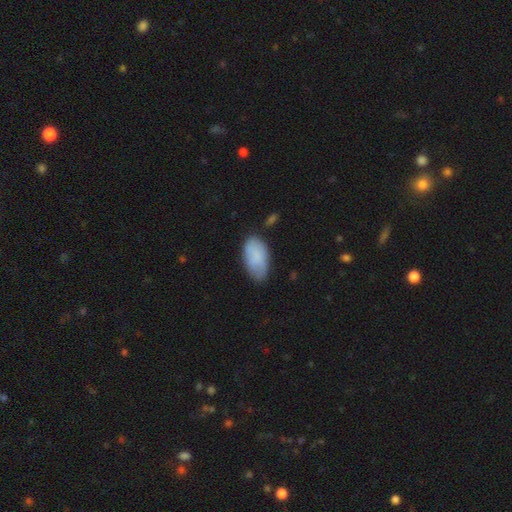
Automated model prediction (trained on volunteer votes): This appears to be a smooth galaxy with no disk features (81%) that is in between round and cigar-shaped (94%). Merging: none (66%).